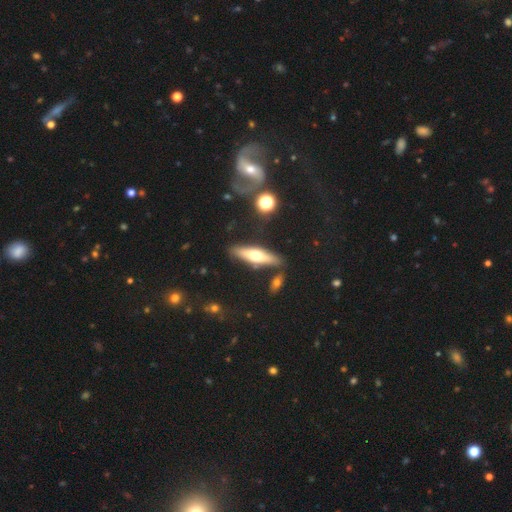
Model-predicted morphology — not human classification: Smooth or featured? Predicted: smooth (p=0.48). Merging? Predicted: none (p=0.80).